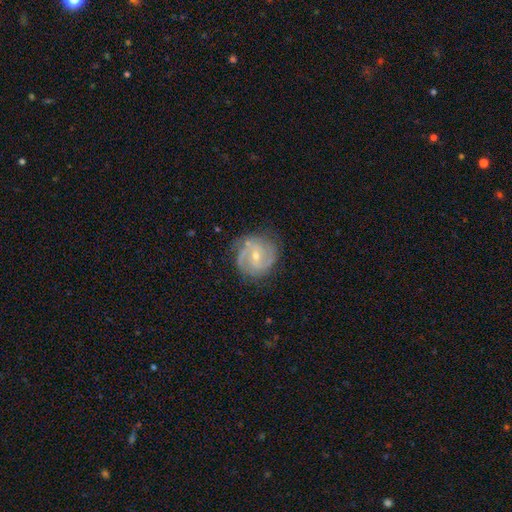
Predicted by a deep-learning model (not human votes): Overall: featured or disk (83%). Edge-on disk: no (98%). Bar: weak (53%; no 30%). Spiral arms: yes (95%). Spiral arm count: 2 (62%). Spiral winding: medium (46%; tight 39%). Bulge size: small (58%; moderate 39%). Merging: none (74%).